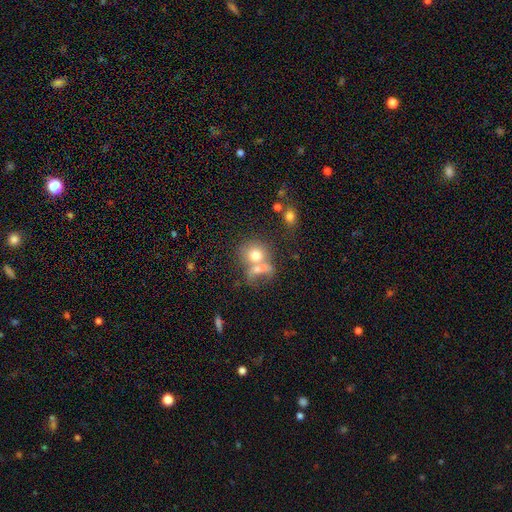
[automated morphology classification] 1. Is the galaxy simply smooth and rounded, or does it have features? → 68% smooth, 20% featured or disk, 12% star or artifact.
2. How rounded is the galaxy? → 69% round, 30% in between, 1% cigar-shaped.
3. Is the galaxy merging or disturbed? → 54% merger, 29% none, 9% minor disturbance, 8% major disturbance.